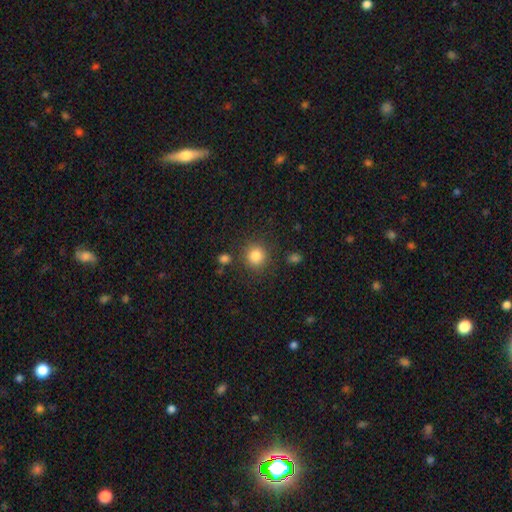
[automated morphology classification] This is clearly a smooth galaxy (84%). How rounded: clearly round (92%). Merging: clearly none (85%).